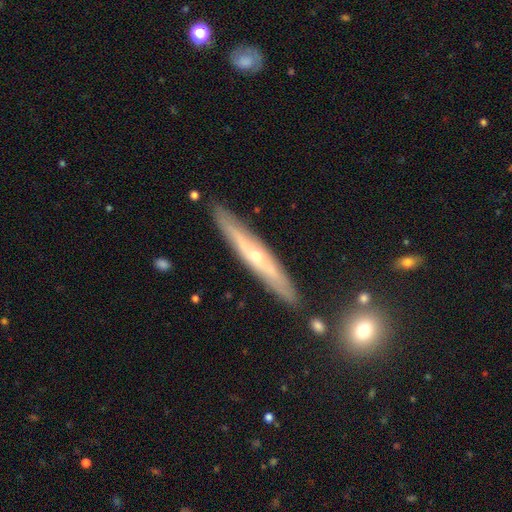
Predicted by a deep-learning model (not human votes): smooth_or_featured: featured or disk (p=0.69) [alt: smooth p=0.24]
disk_edge_on: yes (p=0.85) [alt: no p=0.15]
edge_on_bulge: rounded (p=0.74) [alt: none p=0.24]
merging: none (p=0.87) [alt: minor disturbance p=0.09]